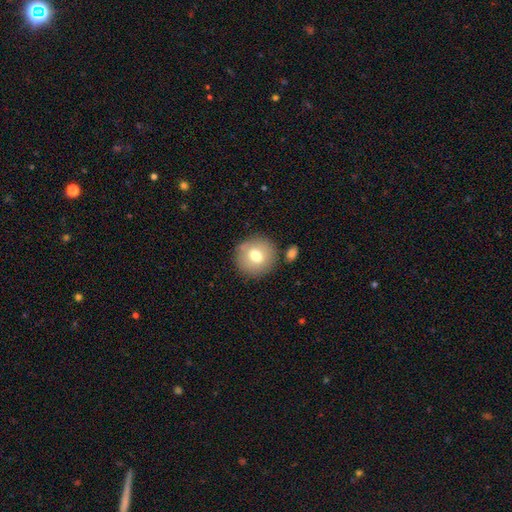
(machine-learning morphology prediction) This appears to be a smooth galaxy with no disk features (73%) that is round (91%). Merging: none (82%).